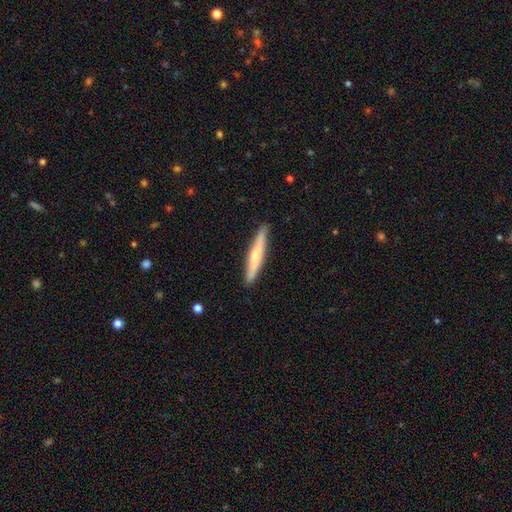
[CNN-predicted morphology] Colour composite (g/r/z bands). It shows a smooth galaxy with no disk features (50%). Merging: none (89%).